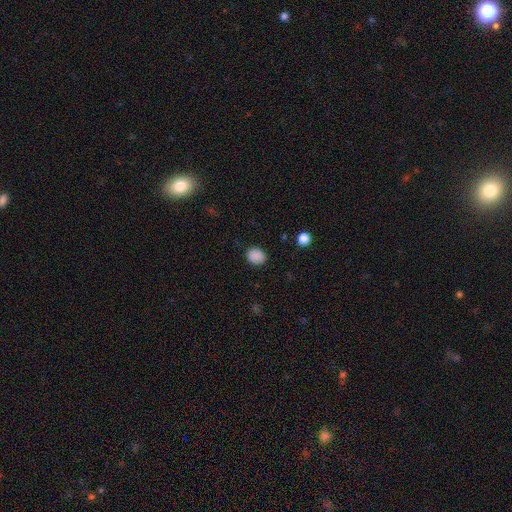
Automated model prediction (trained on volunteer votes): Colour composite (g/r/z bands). It shows a smooth galaxy with no disk features (88%) that is round (58%). Merging: none (86%).